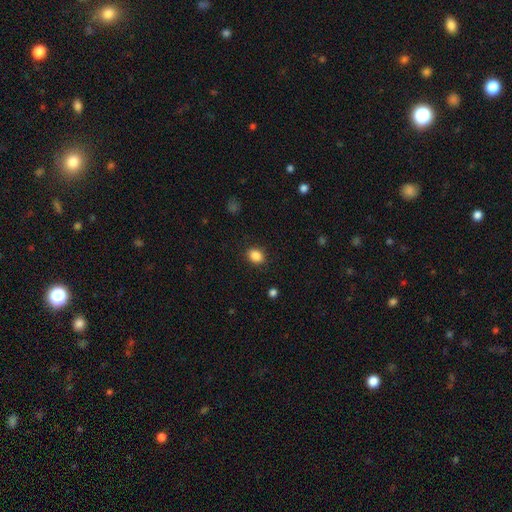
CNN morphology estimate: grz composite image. It shows a smooth galaxy with no disk features (87%) that is in between round and cigar-shaped (55%). Merging: none (87%).